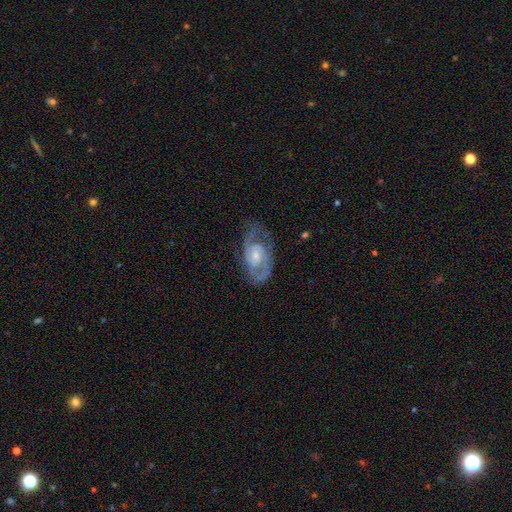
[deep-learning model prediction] Smooth or featured? featured or disk (82%)
Edge-on disk? no (96%)
Bar? no (64%)
Spiral arms? yes (90%)
Spiral winding? medium (45%)
Spiral arm count? 2 (72%)
Bulge size? small (51%)
Merging? none (66%)